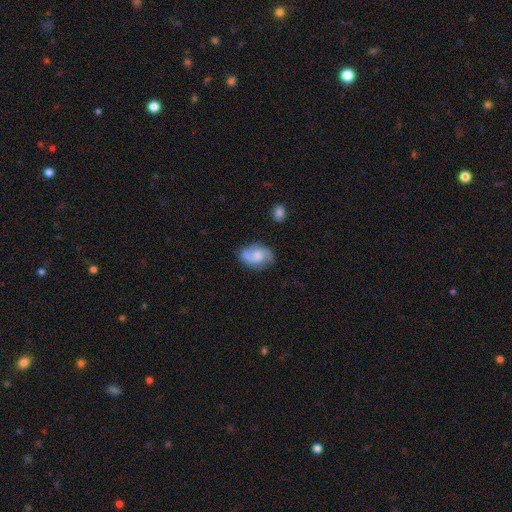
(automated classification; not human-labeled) Q: Smooth or featured?
A: featured or disk (65%); runner-up: smooth (28%)
Q: Edge-on disk?
A: no (97%); runner-up: yes (3%)
Q: Bar?
A: no (60%); runner-up: weak (36%)
Q: Spiral arms?
A: yes (91%); runner-up: no (9%)
Q: Spiral winding?
A: medium (47%); runner-up: loose (33%)
Q: Spiral arm count?
A: 2 (85%); runner-up: can't tell (7%)
Q: Bulge size?
A: moderate (41%); runner-up: small (28%)
Q: Merging?
A: none (69%); runner-up: minor disturbance (21%)